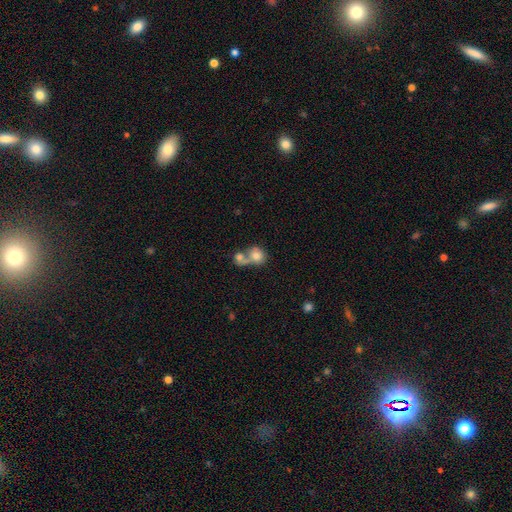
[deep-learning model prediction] A smooth galaxy with no disk features (75%) that is round (72%). Merging: merger (64%).